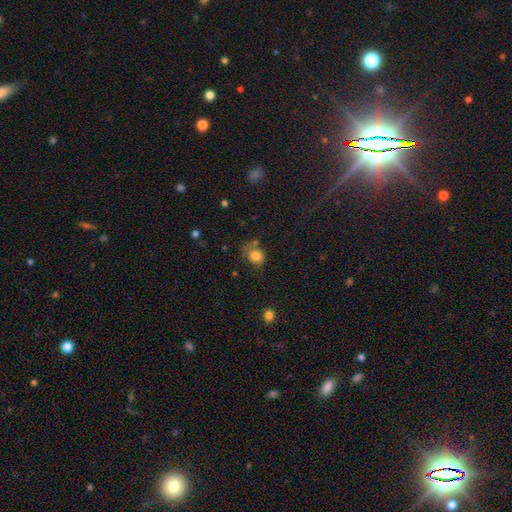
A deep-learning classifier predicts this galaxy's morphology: This is likely a smooth galaxy (80%). How rounded: likely round (70%). Merging: possibly none (50%).